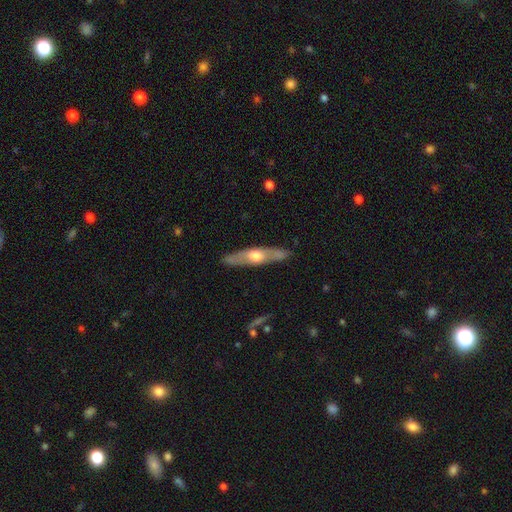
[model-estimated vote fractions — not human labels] The model was most divided on "smooth or featured": featured or disk: 58%, smooth: 37%, star or artifact: 5%. More confident: merging — none (86%); edge-on disk — yes (77%).